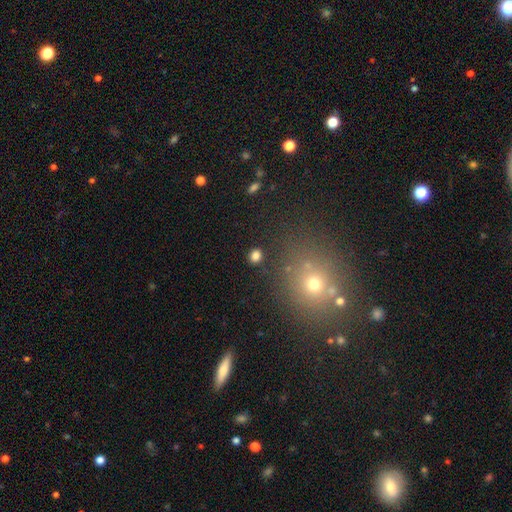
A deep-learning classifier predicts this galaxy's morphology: Q: Smooth or featured?
A: smooth (80%); runner-up: star or artifact (14%)
Q: How rounded?
A: round (77%); runner-up: in between (21%)
Q: Merging?
A: none (86%); runner-up: minor disturbance (7%)